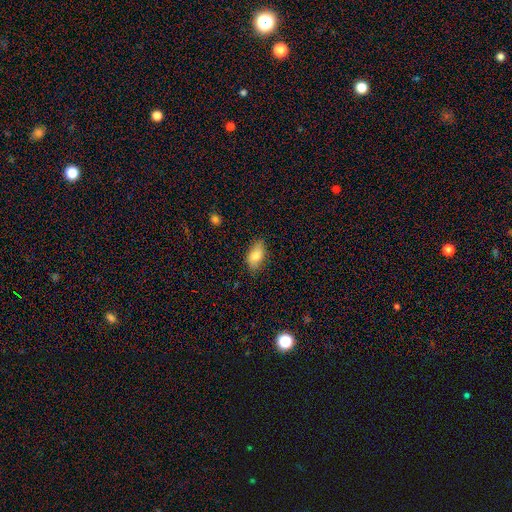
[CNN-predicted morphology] Smooth or featured? Predicted: smooth (p=0.79). How rounded? Predicted: in between (p=0.90). Merging? Predicted: none (p=0.77).